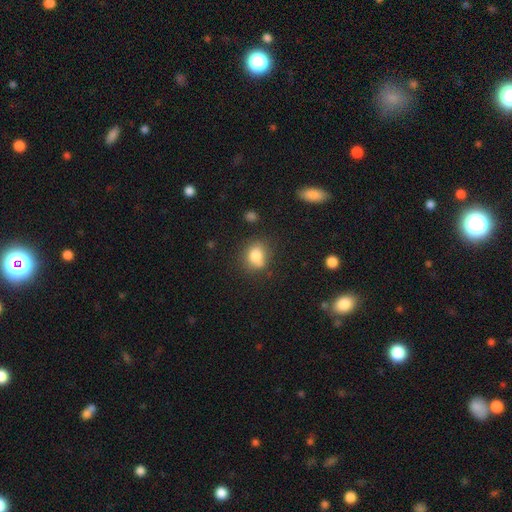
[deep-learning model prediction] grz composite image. It shows a smooth galaxy with no disk features (79%) that is round (65%). Merging: none (64%).